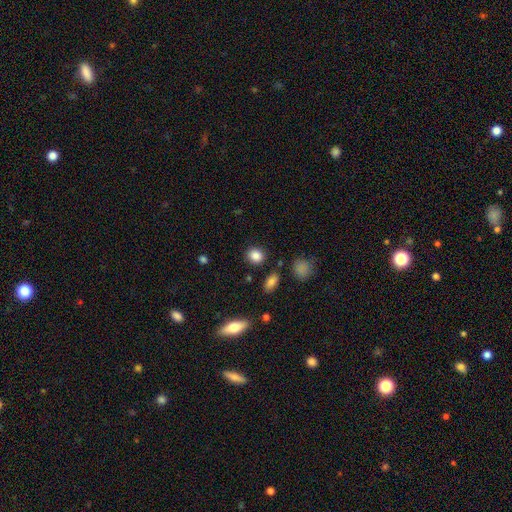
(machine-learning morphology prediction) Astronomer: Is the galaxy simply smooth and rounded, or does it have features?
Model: smooth — 86%.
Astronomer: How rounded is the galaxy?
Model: round — 74%.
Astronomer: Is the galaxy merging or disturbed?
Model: none — 87%.